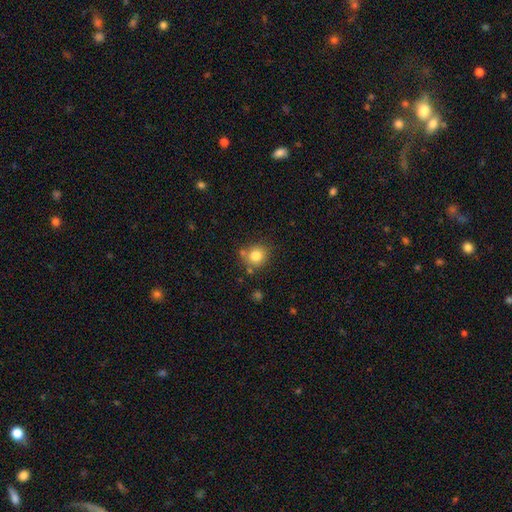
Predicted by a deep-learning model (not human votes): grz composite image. It shows a smooth galaxy with no disk features (80%) that is round (87%). Merging: none (72%).